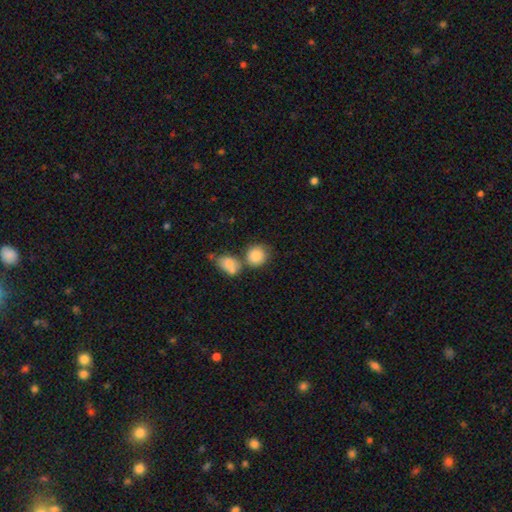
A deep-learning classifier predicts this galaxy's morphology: The model was most divided on "merging": none: 54%, merger: 30%, minor disturbance: 11%, major disturbance: 4%. More confident: smooth or featured — smooth (85%); how rounded — round (78%).